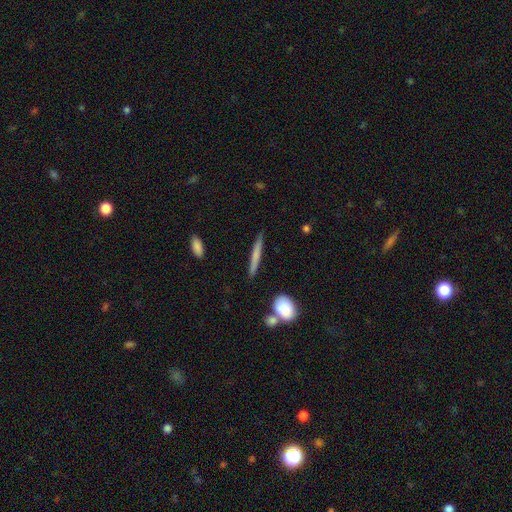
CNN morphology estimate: A smooth galaxy with no disk features (62%) that is cigar-shaped (92%).

Vote fractions:
- Smooth or featured? smooth: 62% / featured or disk: 32% / star or artifact: 6%
- How rounded? cigar-shaped: 92% / in between: 5% / round: 3%
- Merging? none: 85% / minor disturbance: 10% / merger: 3% / major disturbance: 2%